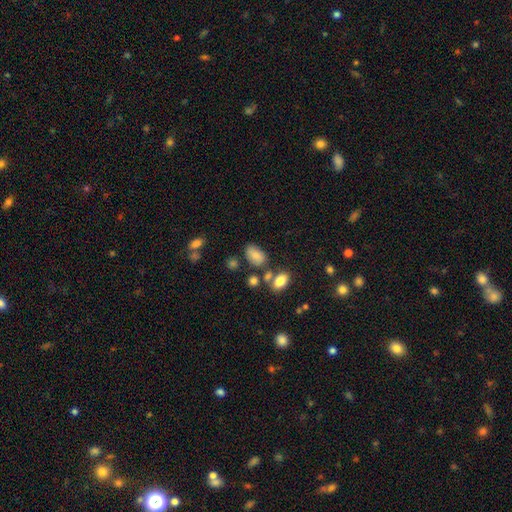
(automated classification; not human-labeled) Smooth or featured: smooth — 80% (star or artifact — 10%)
How rounded: in between — 89% (round — 10%)
Merging: none — 62% (minor disturbance — 20%)